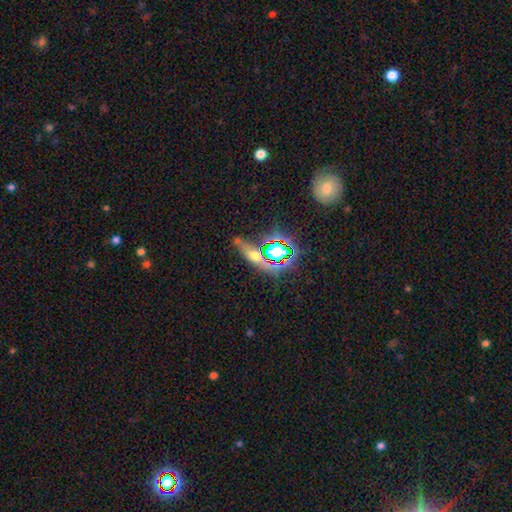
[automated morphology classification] This appears to be a star or artifact, not a galaxy (39%).